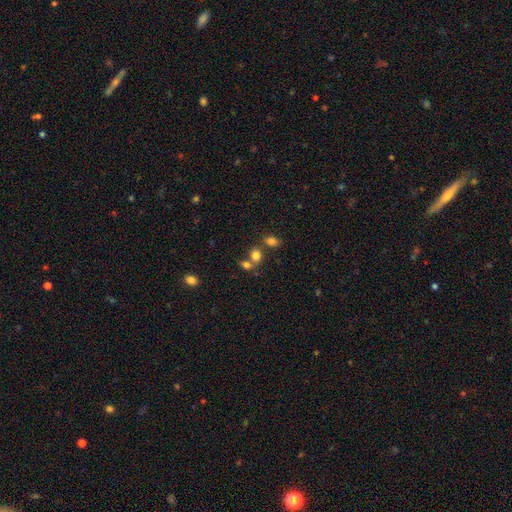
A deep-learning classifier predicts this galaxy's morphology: A smooth galaxy with no disk features (78%) that is in between round and cigar-shaped (52%).

Vote fractions:
- Smooth or featured? smooth: 78% / star or artifact: 14% / featured or disk: 9%
- How rounded? in between: 52% / round: 47% / cigar-shaped: 1%
- Merging? none: 46% / merger: 39% / minor disturbance: 10% / major disturbance: 5%